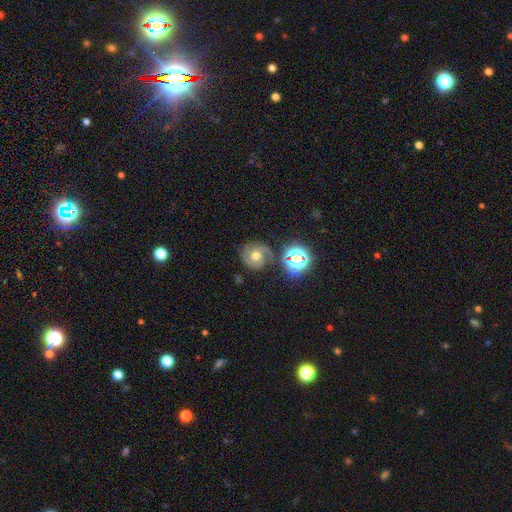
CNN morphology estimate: A featured or disk galaxy (49%).

Vote fractions:
- Smooth or featured? featured or disk: 49% / smooth: 33% / star or artifact: 18%
- Merging? none: 70% / minor disturbance: 18% / major disturbance: 8% / merger: 5%